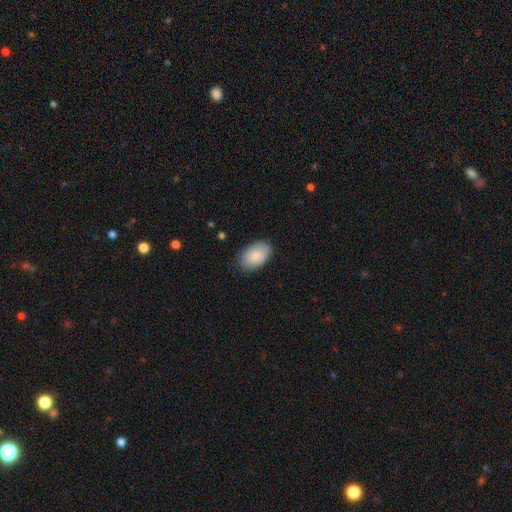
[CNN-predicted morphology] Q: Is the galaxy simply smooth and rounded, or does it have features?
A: smooth — 83%.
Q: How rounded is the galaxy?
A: in between — 92%.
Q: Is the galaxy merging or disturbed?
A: none — 82%.